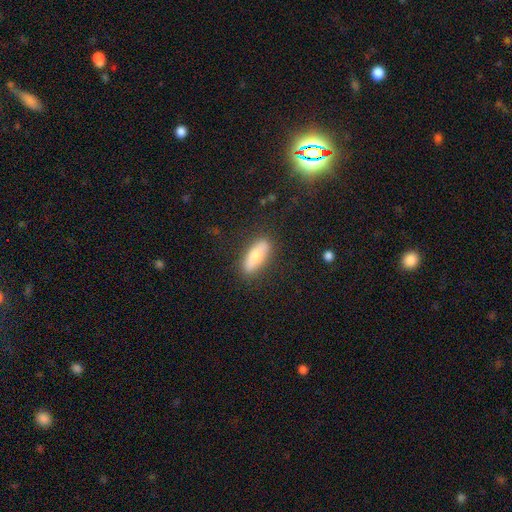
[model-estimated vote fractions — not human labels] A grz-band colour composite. It shows a smooth galaxy with no disk features (71%) that is in between round and cigar-shaped (63%). Merging: none (83%).